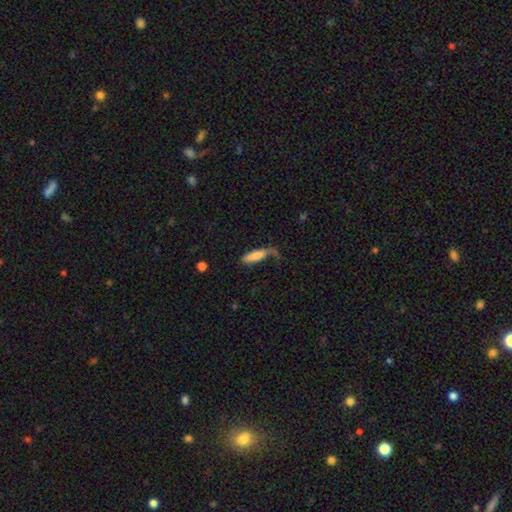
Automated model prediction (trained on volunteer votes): Overall: smooth (77%). How rounded: cigar-shaped (62%; in between 36%). Merging: none (39%; minor disturbance 28%).